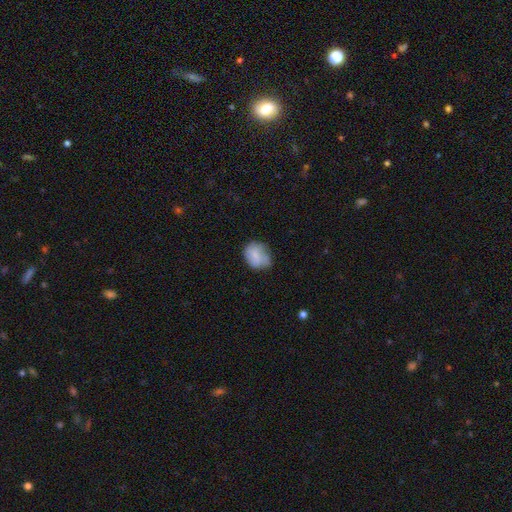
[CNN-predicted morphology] This is likely a smooth galaxy (77%). How rounded: possibly round (51%). Merging: possibly none (51%).